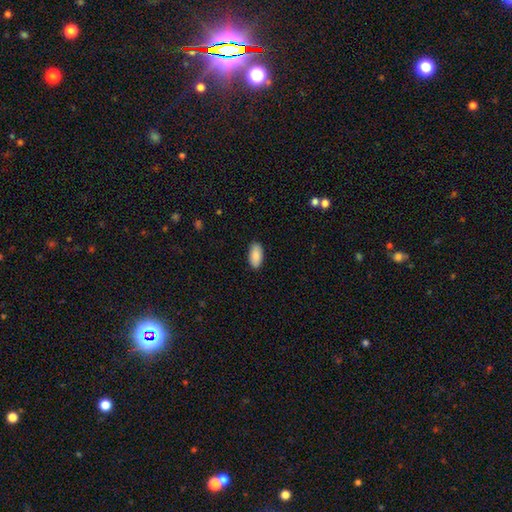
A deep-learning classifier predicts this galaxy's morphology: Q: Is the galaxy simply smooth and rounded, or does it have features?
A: smooth — 89%.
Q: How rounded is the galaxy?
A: in between — 93%.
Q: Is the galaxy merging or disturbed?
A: none — 89%.